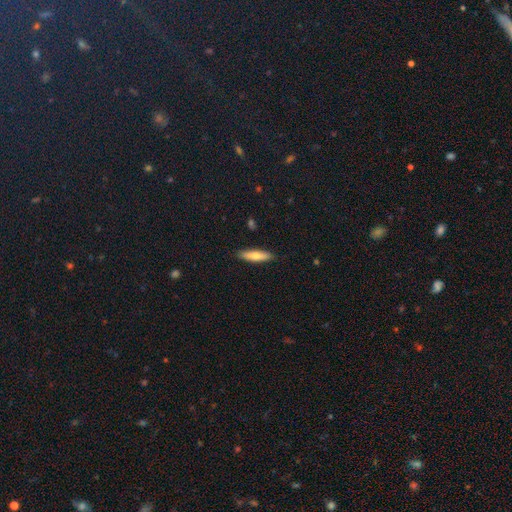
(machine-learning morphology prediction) smooth 66%, featured or disk 28%, star or artifact 6%. Down the decision tree: how rounded — cigar-shaped (72%); merging — none (89%).